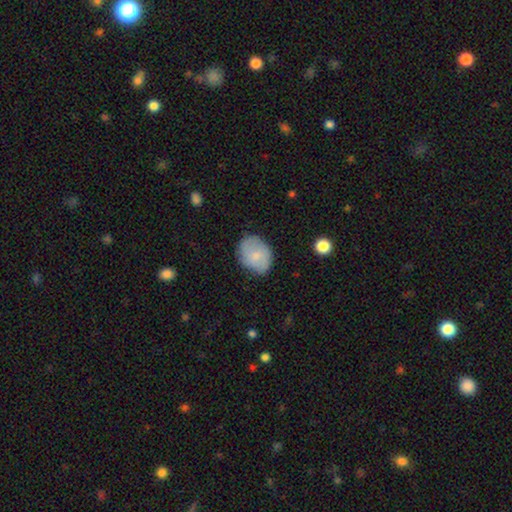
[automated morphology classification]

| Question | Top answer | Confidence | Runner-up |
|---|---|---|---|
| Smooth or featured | smooth | 74% | featured or disk (19%) |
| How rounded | in between | 59% | round (40%) |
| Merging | none | 74% | minor disturbance (20%) |